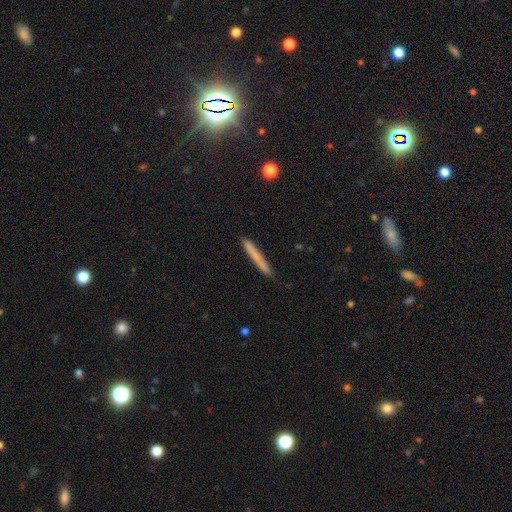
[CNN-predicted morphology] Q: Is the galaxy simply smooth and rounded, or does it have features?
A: smooth — 68%.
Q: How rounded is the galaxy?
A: cigar-shaped — 96%.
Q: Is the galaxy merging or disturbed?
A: none — 88%.